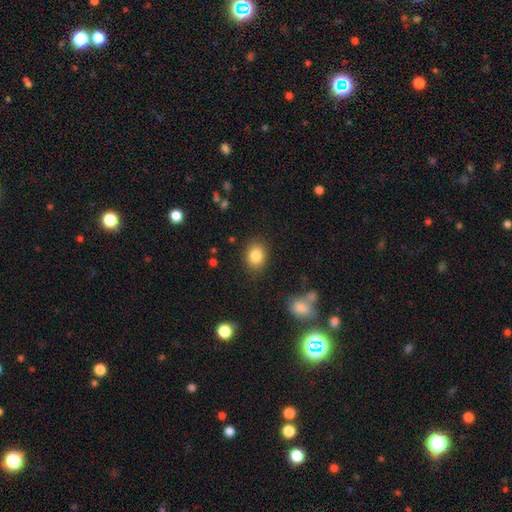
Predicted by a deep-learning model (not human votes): This is clearly a smooth galaxy (84%). How rounded: possibly in between (52%). Merging: clearly none (85%).